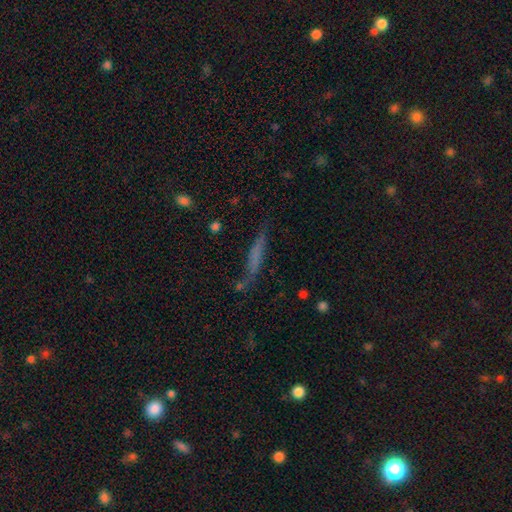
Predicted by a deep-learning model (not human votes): Q: Smooth or featured?
A: smooth (55%); runner-up: featured or disk (34%)
Q: How rounded?
A: cigar-shaped (91%); runner-up: in between (7%)
Q: Merging?
A: none (66%); runner-up: minor disturbance (21%)